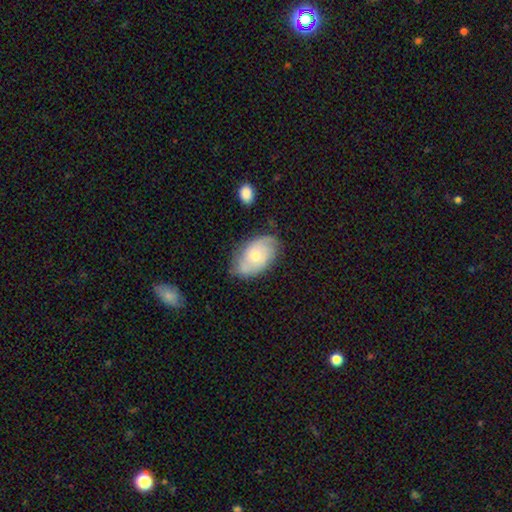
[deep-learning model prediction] This is possibly a featured or disk galaxy (57%). It is clearly not viewed edge-on (95%). Bar: likely no (77%). Spiral arm pattern: clearly yes (82%). Central bulge: possibly moderate (51%). Merging: likely none (68%).